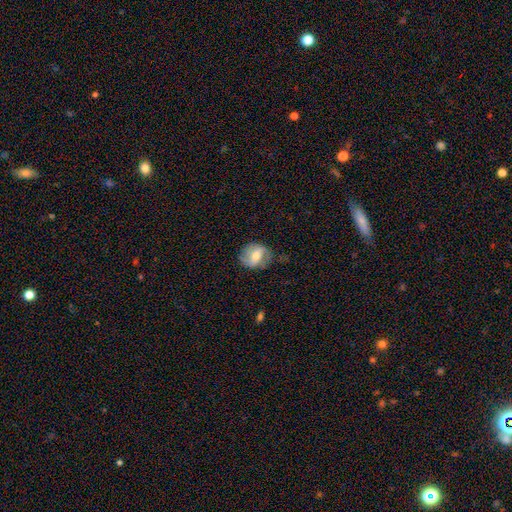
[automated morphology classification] Smooth or featured? Predicted: featured or disk (p=0.55). Edge-on disk? Predicted: no (p=0.95). Bar? Predicted: strong (p=0.40, tied with weak). Spiral arms? Predicted: yes (p=0.71). Bulge size? Predicted: moderate (p=0.57). Merging? Predicted: none (p=0.65).